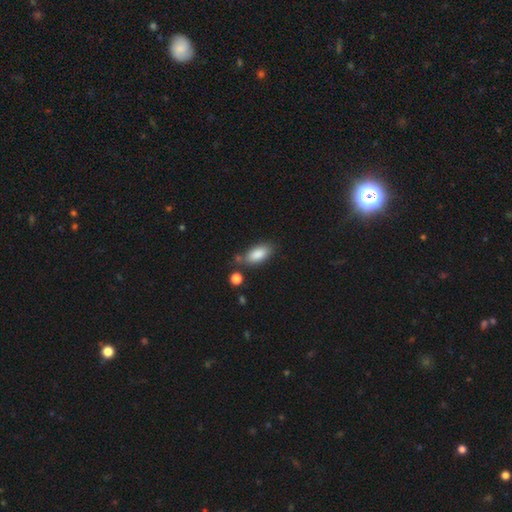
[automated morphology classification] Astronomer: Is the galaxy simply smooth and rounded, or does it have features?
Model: smooth — 86%.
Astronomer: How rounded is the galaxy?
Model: in between — 88%.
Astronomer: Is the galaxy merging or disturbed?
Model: none — 70%.